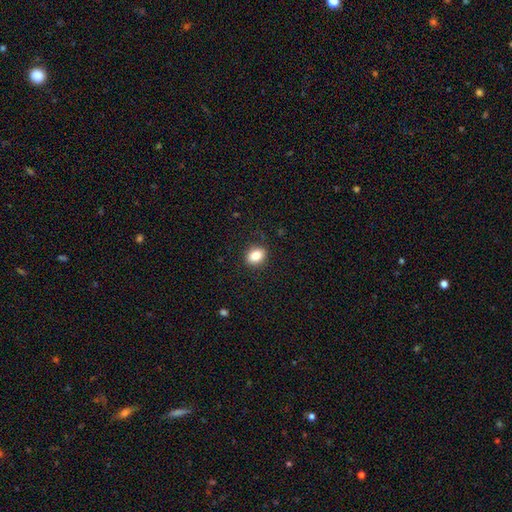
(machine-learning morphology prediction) A smooth galaxy with no disk features (85%) that is in between round and cigar-shaped (58%). Merging: none (89%).